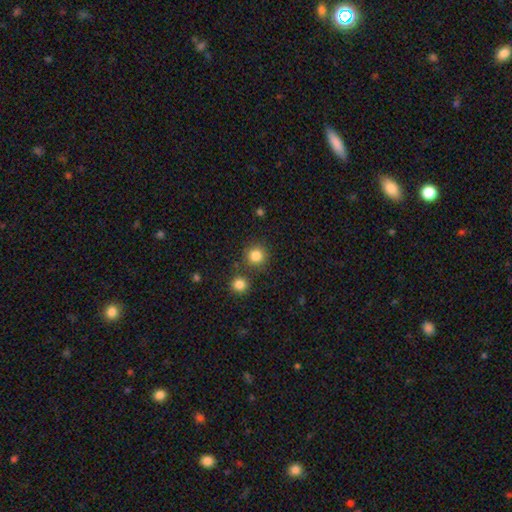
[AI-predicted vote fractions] smooth-or-featured: smooth: 84% | star or artifact: 11% | featured or disk: 4%
  how-rounded: round: 93% | in between: 6% | cigar-shaped: 1%
  merging: none: 81% | merger: 9% | minor disturbance: 7% | major disturbance: 3%